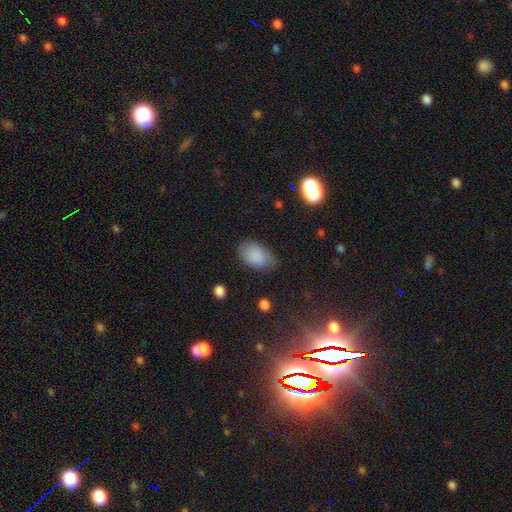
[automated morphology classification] type=smooth (83%); roundness=in between (91%); merging=none (73%).